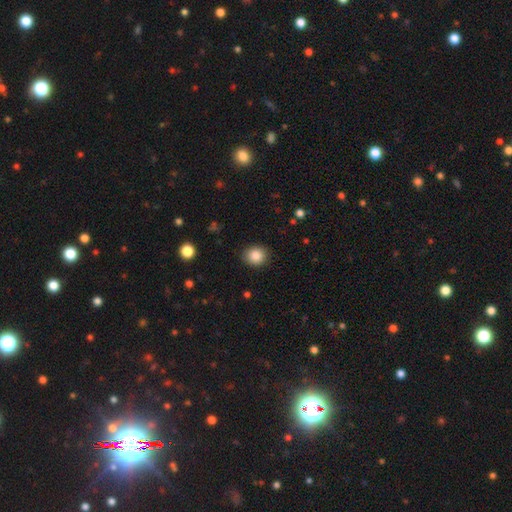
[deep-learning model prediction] Overall: smooth (86%). How rounded: round (74%). Merging: none (88%).